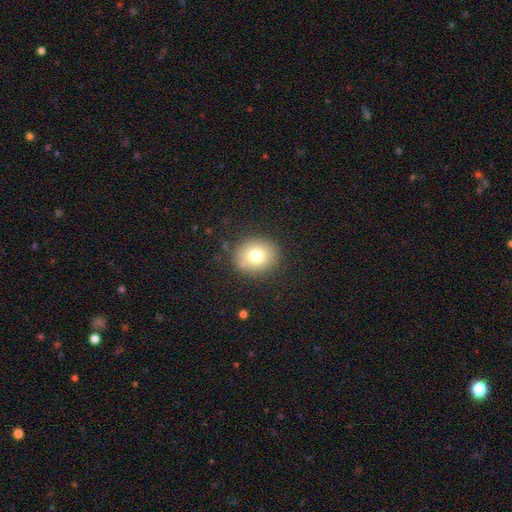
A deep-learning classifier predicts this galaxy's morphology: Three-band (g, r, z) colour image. It shows a smooth galaxy with no disk features (75%) that is round (74%). Merging: none (85%).